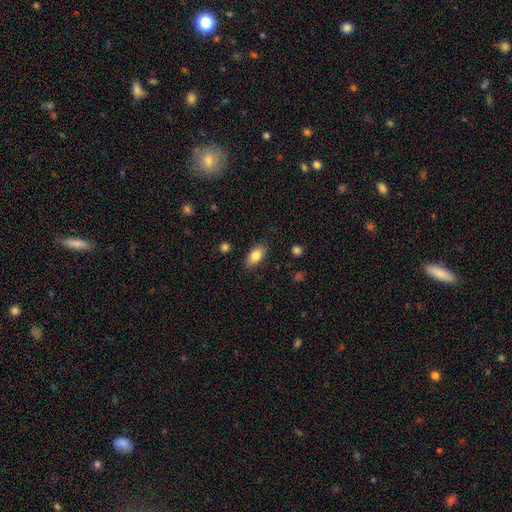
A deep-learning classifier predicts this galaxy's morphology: Overall: smooth (80%). How rounded: in between (88%). Merging: none (84%).